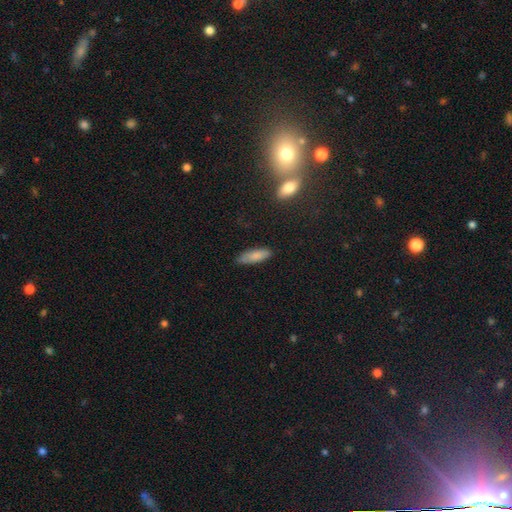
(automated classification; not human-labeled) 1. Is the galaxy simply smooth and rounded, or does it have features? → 83% smooth, 11% featured or disk, 7% star or artifact.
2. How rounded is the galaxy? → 57% in between, 41% cigar-shaped, 2% round.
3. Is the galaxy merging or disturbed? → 82% none, 14% minor disturbance, 3% major disturbance, 1% merger.